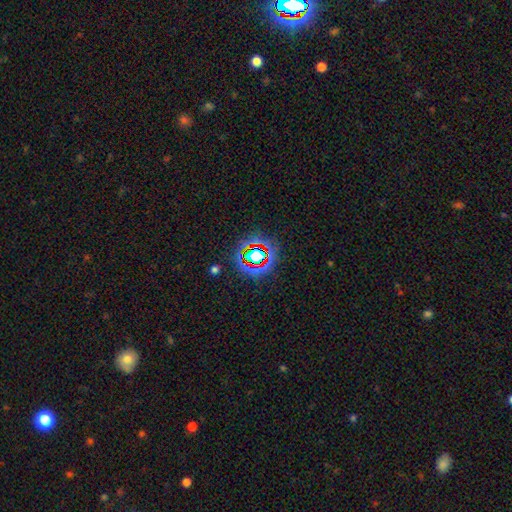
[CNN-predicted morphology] smooth-or-featured: star or artifact: 66% | smooth: 22% | featured or disk: 13%